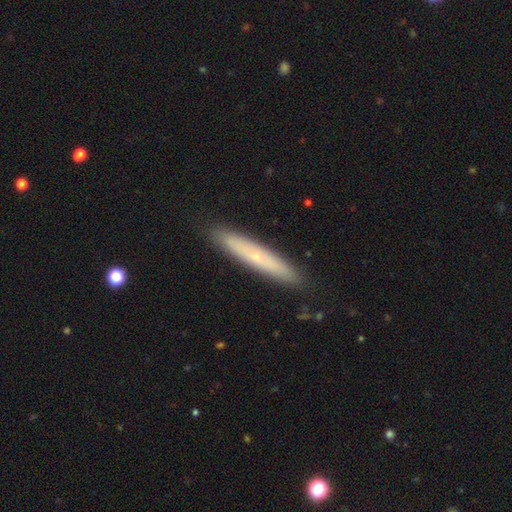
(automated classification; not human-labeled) A smooth galaxy with no disk features (49%).

Vote fractions:
- Smooth or featured? smooth: 49% / featured or disk: 44% / star or artifact: 7%
- Merging? none: 88% / minor disturbance: 9% / major disturbance: 2% / merger: 1%